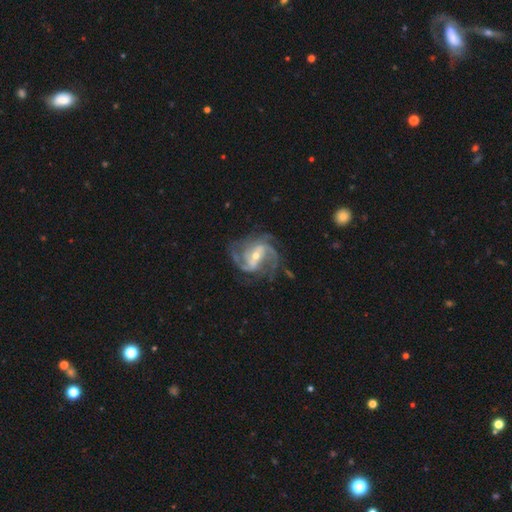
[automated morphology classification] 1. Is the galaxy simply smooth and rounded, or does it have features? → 91% featured or disk, 5% star or artifact, 4% smooth.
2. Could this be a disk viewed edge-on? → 98% no, 2% yes.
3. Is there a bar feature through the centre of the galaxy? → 43% strong, 39% weak, 18% no.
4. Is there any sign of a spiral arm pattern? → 98% yes, 2% no.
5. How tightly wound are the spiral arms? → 53% medium, 25% loose, 22% tight.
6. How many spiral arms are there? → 41% 2, 30% 3, 10% 4, 9% can't tell, 5% 1, 5% more than 4.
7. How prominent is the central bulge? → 55% small, 41% moderate, 2% large, 1% none, 1% dominant.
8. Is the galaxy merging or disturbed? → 69% none, 17% minor disturbance, 12% major disturbance, 2% merger.